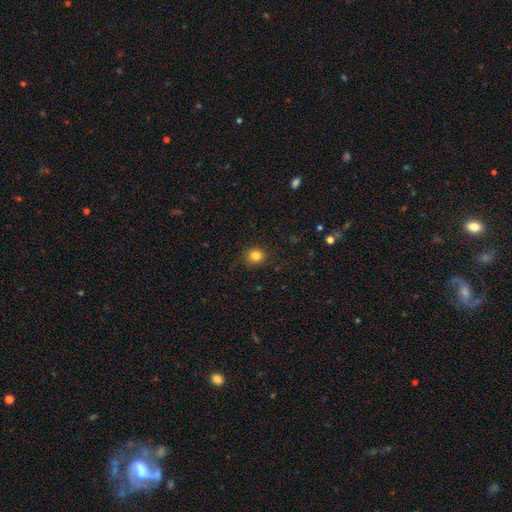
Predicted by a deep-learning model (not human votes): smooth 83%, star or artifact 12%, featured or disk 5%. Down the decision tree: how rounded — round (80%); merging — none (86%).